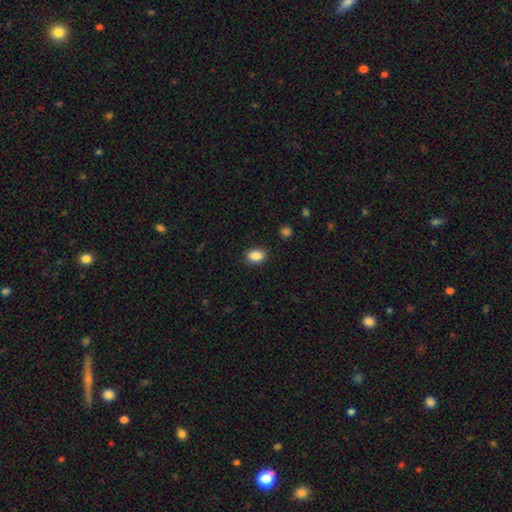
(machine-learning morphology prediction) Overall: smooth (88%). How rounded: in between (65%; round 34%). Merging: none (89%).